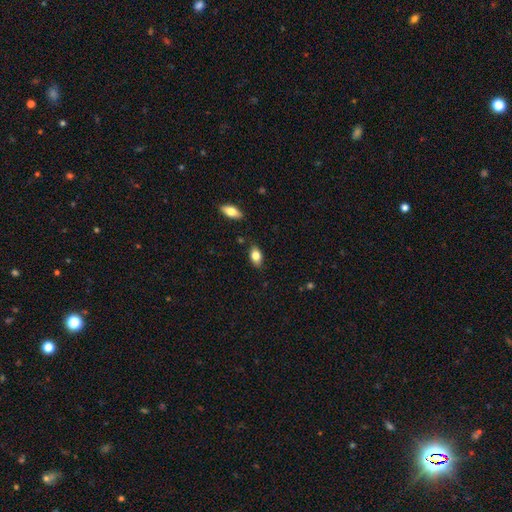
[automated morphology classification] Overall: smooth (80%). How rounded: in between (88%). Merging: none (83%).